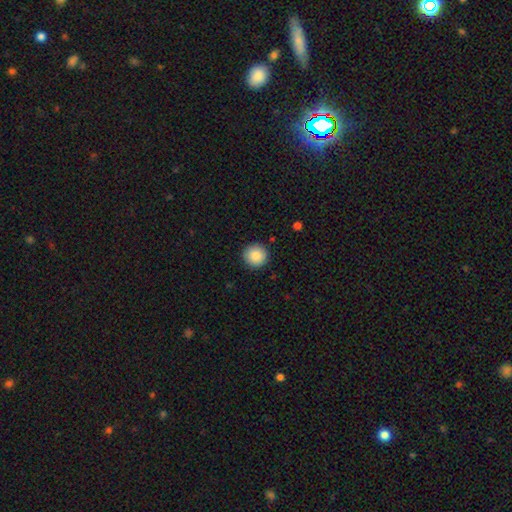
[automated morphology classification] A smooth galaxy with no disk features (88%) that is round (96%).

Vote fractions:
- Smooth or featured? smooth: 88% / star or artifact: 8% / featured or disk: 4%
- How rounded? round: 96% / in between: 4% / cigar-shaped: 1%
- Merging? none: 91% / minor disturbance: 6% / major disturbance: 2% / merger: 1%